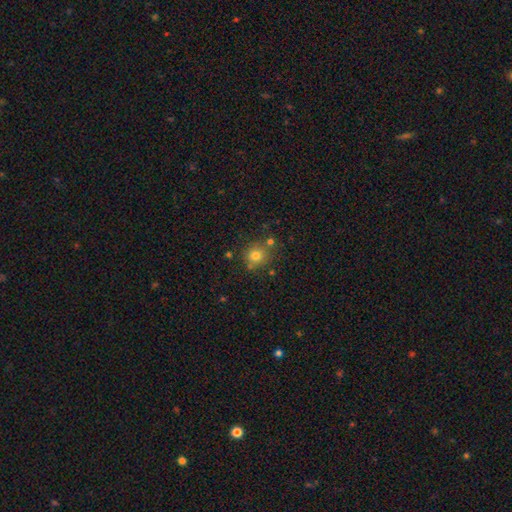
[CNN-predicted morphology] Smooth or featured? Predicted: smooth (p=0.76). How rounded? Predicted: round (p=0.88). Merging? Predicted: none (p=0.72).